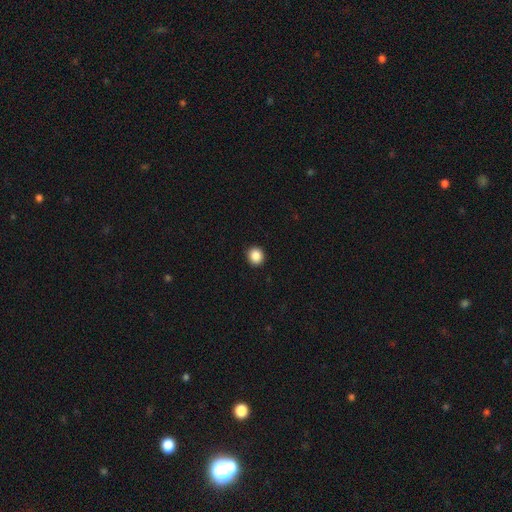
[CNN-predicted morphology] smooth 87%, star or artifact 10%, featured or disk 3%. Down the decision tree: how rounded — round (86%); merging — none (92%).